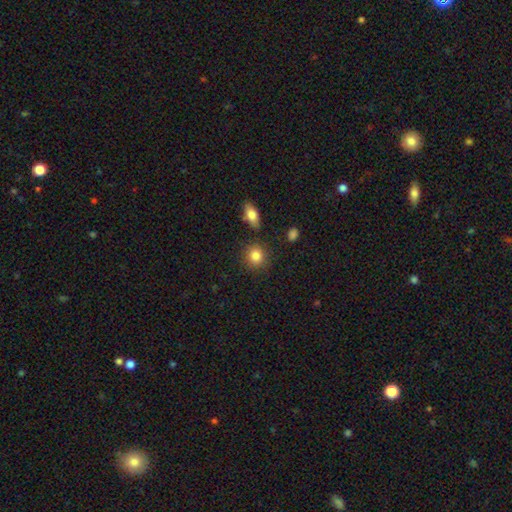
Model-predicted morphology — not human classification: smooth-or-featured: smooth: 84% | star or artifact: 9% | featured or disk: 7%
  how-rounded: round: 82% | in between: 17% | cigar-shaped: 1%
  merging: none: 84% | minor disturbance: 9% | merger: 4% | major disturbance: 3%